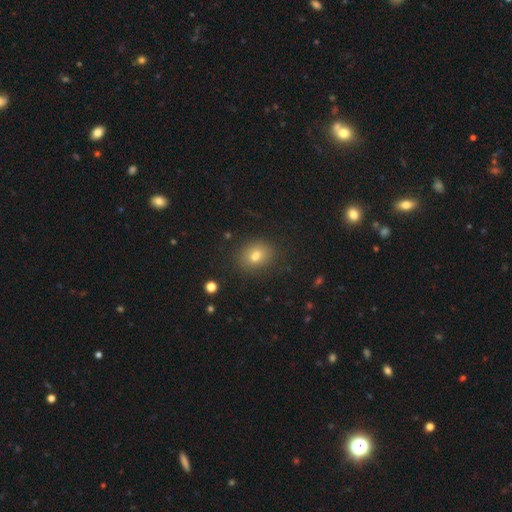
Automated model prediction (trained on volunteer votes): This appears to be a smooth galaxy with no disk features (77%) that is round (52%). Merging: none (82%).